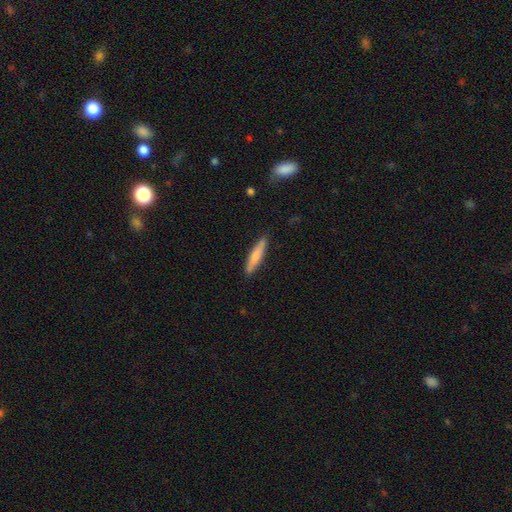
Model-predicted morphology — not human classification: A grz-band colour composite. It shows a smooth galaxy with no disk features (77%) that is cigar-shaped (88%). Merging: none (89%).